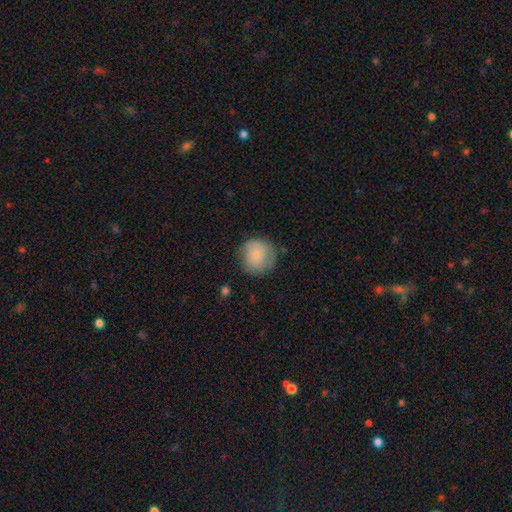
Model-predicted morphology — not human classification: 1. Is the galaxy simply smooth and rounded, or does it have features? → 76% smooth, 16% featured or disk, 7% star or artifact.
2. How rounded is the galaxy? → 91% round, 8% in between, 1% cigar-shaped.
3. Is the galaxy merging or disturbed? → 71% none, 20% minor disturbance, 6% major disturbance, 2% merger.